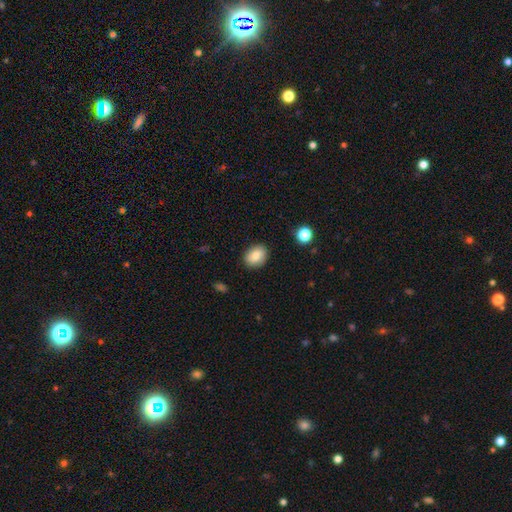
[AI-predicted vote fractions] Morphology: type=smooth (85%); roundness=in between (65%); merging=none (86%).